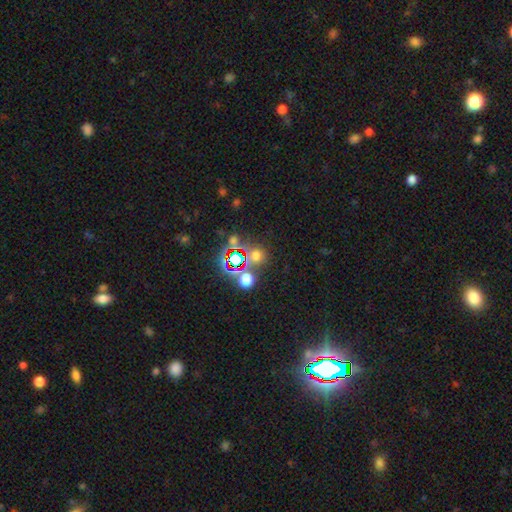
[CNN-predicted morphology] Q: Smooth or featured?
A: smooth (52%); runner-up: star or artifact (40%)
Q: How rounded?
A: round (85%); runner-up: in between (14%)
Q: Merging?
A: none (68%); runner-up: merger (17%)